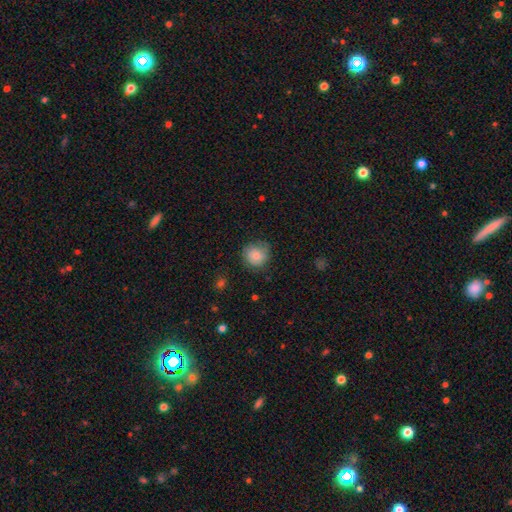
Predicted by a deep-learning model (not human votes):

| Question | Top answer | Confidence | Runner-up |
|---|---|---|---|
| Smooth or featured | smooth | 82% | featured or disk (9%) |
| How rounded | round | 88% | in between (11%) |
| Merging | none | 74% | minor disturbance (20%) |